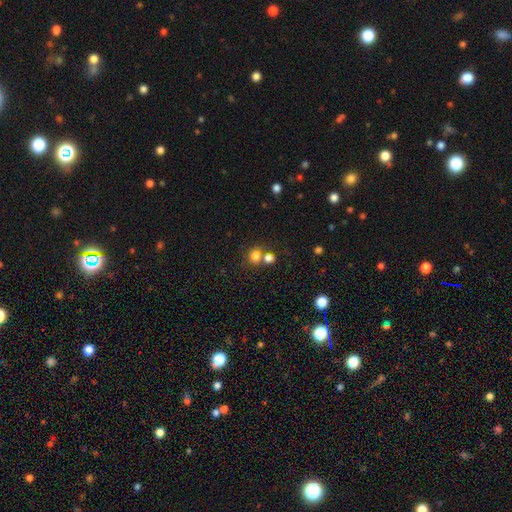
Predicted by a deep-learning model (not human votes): The model was most divided on "merging": none: 47%, merger: 39%, minor disturbance: 9%, major disturbance: 5%. More confident: smooth or featured — smooth (75%); how rounded — round (72%).